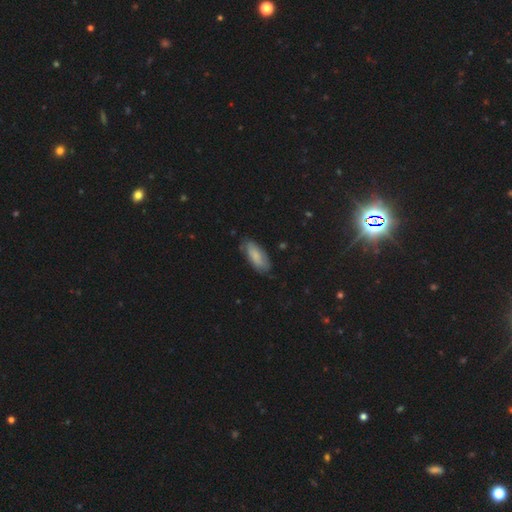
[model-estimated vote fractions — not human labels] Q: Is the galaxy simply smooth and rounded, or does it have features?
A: smooth — 70%.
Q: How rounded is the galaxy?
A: in between — 82%.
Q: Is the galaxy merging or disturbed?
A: none — 72%.